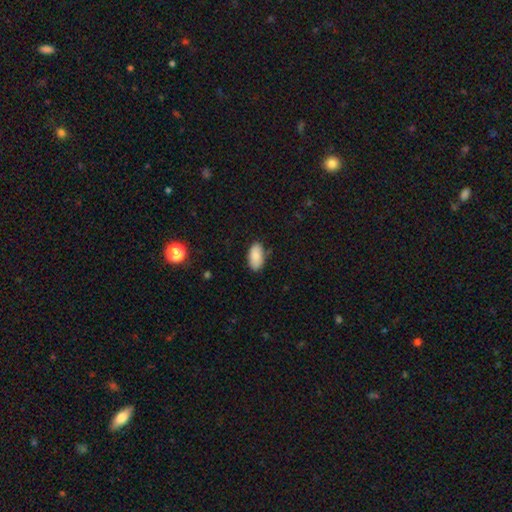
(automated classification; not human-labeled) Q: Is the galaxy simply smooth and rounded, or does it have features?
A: smooth — 87%.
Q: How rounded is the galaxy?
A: in between — 94%.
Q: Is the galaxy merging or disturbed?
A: none — 81%.